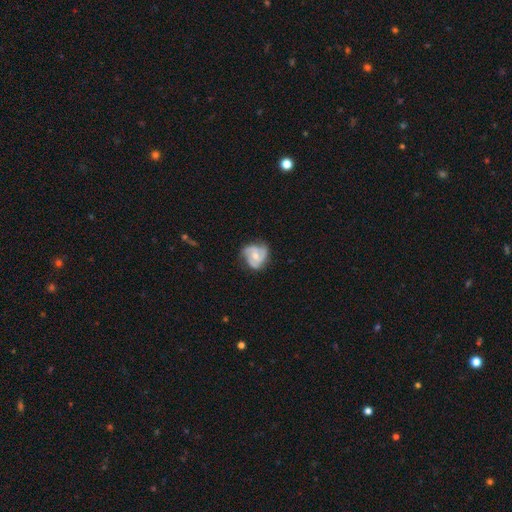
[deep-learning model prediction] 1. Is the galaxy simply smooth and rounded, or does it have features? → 71% featured or disk, 23% smooth, 6% star or artifact.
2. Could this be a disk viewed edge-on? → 98% no, 2% yes.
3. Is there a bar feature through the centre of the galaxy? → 65% no, 28% weak, 7% strong.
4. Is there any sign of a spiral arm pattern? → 90% yes, 10% no.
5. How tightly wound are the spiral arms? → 45% medium, 40% tight, 15% loose.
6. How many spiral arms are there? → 45% 3, 33% 2, 12% can't tell, 4% 4, 3% 1, 2% more than 4.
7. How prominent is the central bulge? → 58% moderate, 36% small, 2% large, 2% none, 1% dominant.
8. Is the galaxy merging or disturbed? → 59% none, 28% minor disturbance, 12% major disturbance, 2% merger.